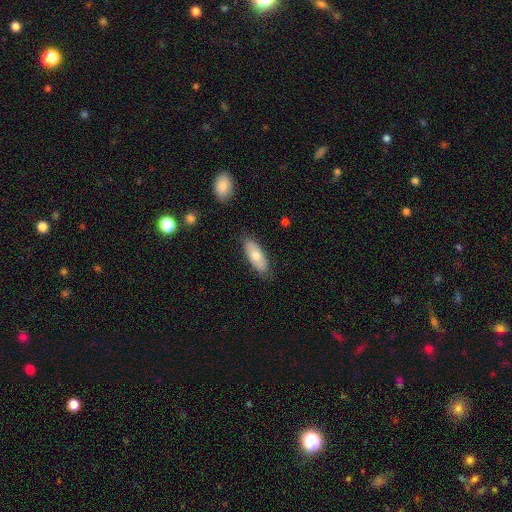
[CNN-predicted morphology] Overall: smooth (71%). How rounded: in between (77%). Merging: none (83%).